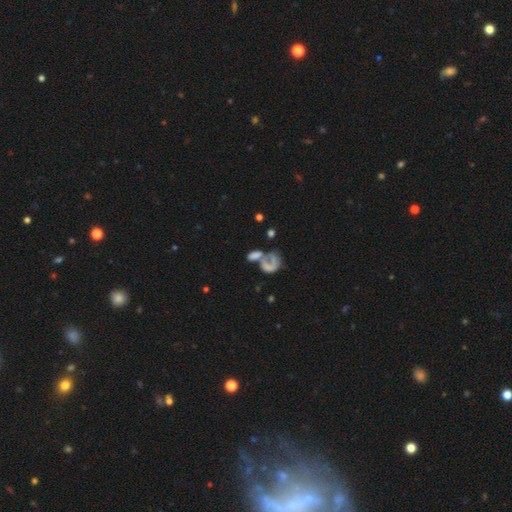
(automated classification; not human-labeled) A smooth galaxy with no disk features (47%).

Vote fractions:
- Smooth or featured? smooth: 47% / featured or disk: 40% / star or artifact: 13%
- Merging? merger: 50% / major disturbance: 23% / none: 18% / minor disturbance: 9%